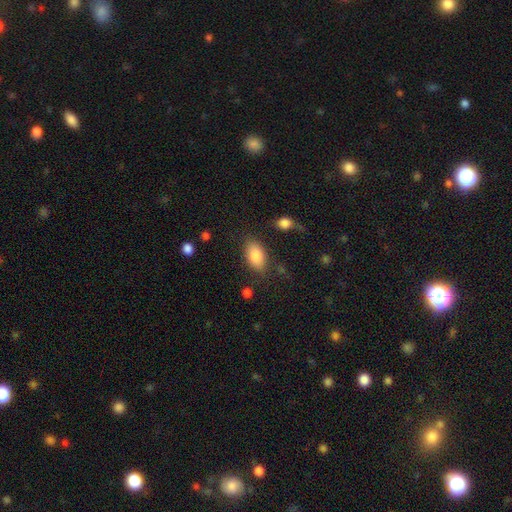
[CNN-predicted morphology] Q: Smooth or featured?
A: smooth (85%); runner-up: featured or disk (8%)
Q: How rounded?
A: in between (91%); runner-up: round (7%)
Q: Merging?
A: none (77%); runner-up: minor disturbance (15%)